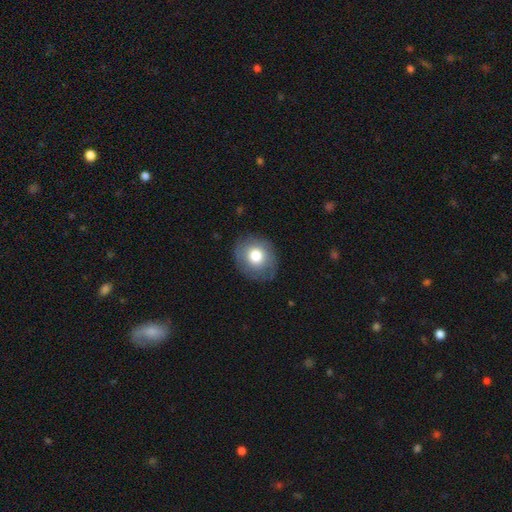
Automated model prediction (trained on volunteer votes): Smooth or featured?
  - smooth: 74% *
  - featured or disk: 17%
  - star or artifact: 8%
How rounded?
  - round: 77% *
  - in between: 22%
  - cigar-shaped: 1%
Merging?
  - none: 80% *
  - minor disturbance: 14%
  - major disturbance: 5%
  - merger: 1%